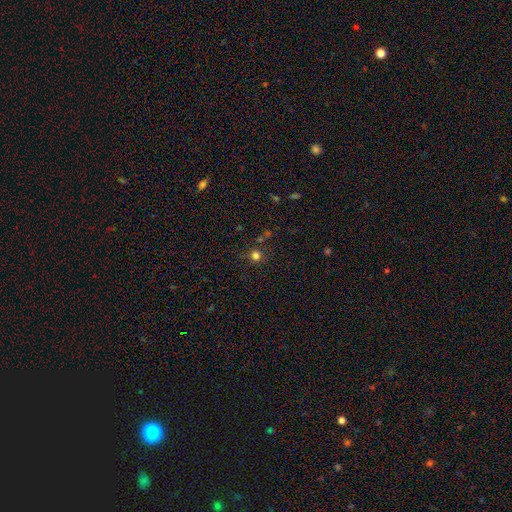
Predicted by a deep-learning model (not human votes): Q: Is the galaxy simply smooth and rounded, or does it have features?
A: smooth — 75%.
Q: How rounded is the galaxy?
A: round — 94%.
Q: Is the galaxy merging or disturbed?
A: none — 83%.